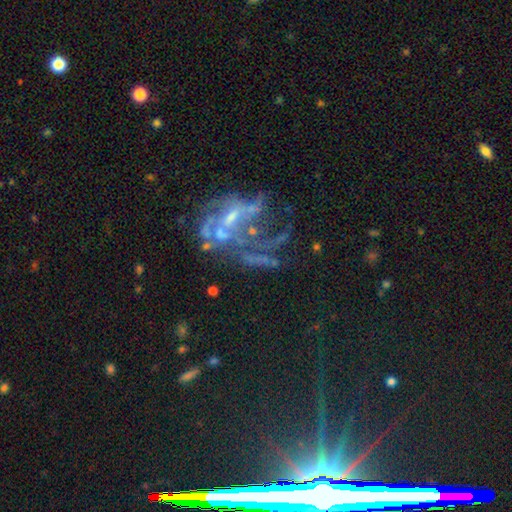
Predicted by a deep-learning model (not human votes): Smooth or featured: featured or disk — 72% (star or artifact — 17%)
Edge-on disk: no — 97% (yes — 3%)
Bar: no — 54% (weak — 34%)
Spiral arms: yes — 59% (no — 41%)
Bulge size: small — 41% (moderate — 33%)
Merging: major disturbance — 40% (none — 32%)